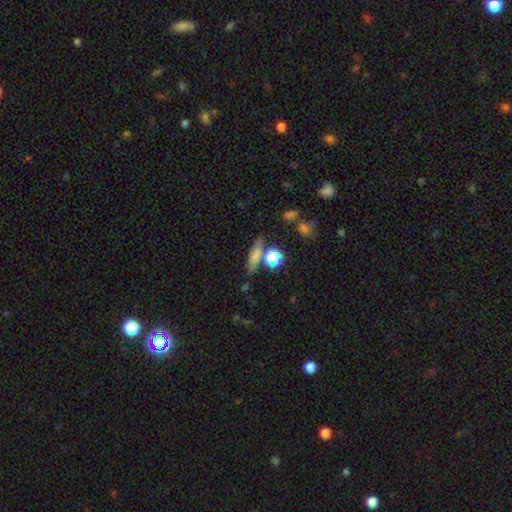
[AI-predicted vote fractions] Smooth or featured? Predicted: smooth (p=0.68). How rounded? Predicted: cigar-shaped (p=0.52). Merging? Predicted: none (p=0.67).